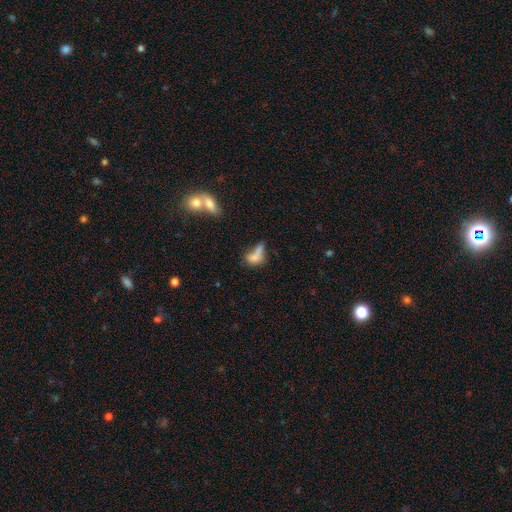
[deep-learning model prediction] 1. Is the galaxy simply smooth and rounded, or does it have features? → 69% smooth, 19% featured or disk, 12% star or artifact.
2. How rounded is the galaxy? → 74% in between, 16% cigar-shaped, 10% round.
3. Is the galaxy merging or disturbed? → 34% merger, 25% none, 23% major disturbance, 18% minor disturbance.